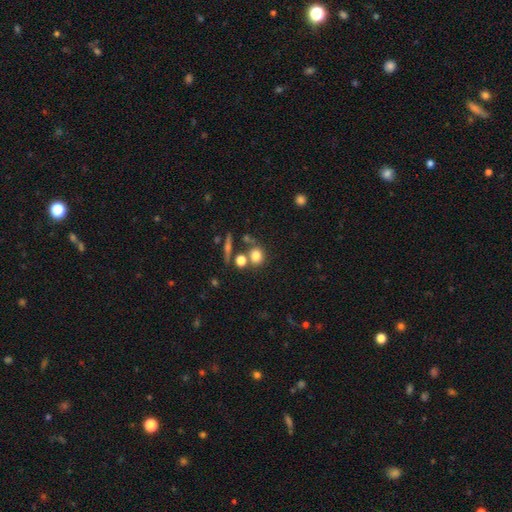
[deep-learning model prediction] Morphology: type=smooth (76%); roundness=round (78%); merging=none (62%).